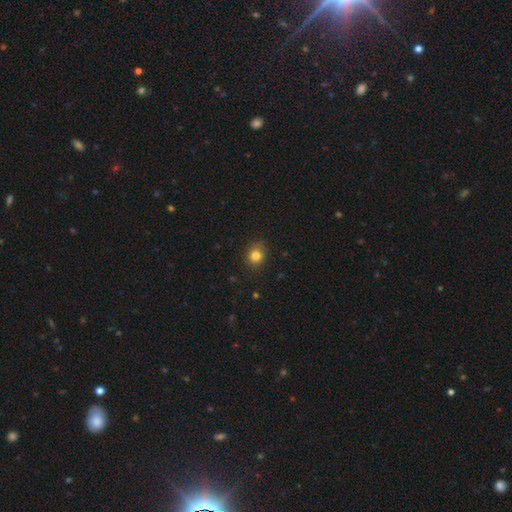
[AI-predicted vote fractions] smooth 82%, star or artifact 12%, featured or disk 6%. Down the decision tree: how rounded — round (81%); merging — none (84%).